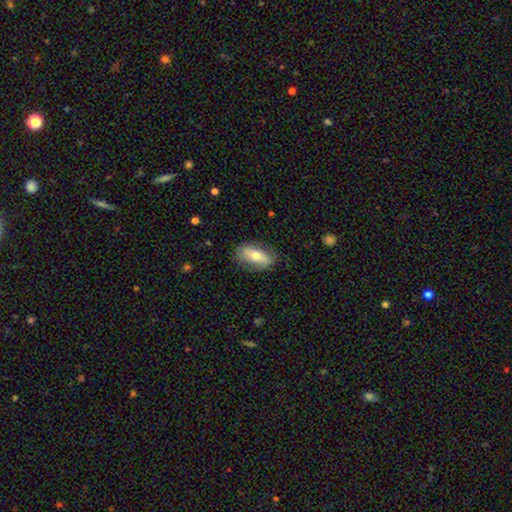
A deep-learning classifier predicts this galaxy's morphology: The model was most divided on "smooth or featured": smooth: 58%, featured or disk: 35%, star or artifact: 6%. More confident: how rounded — in between (84%); merging — none (79%).